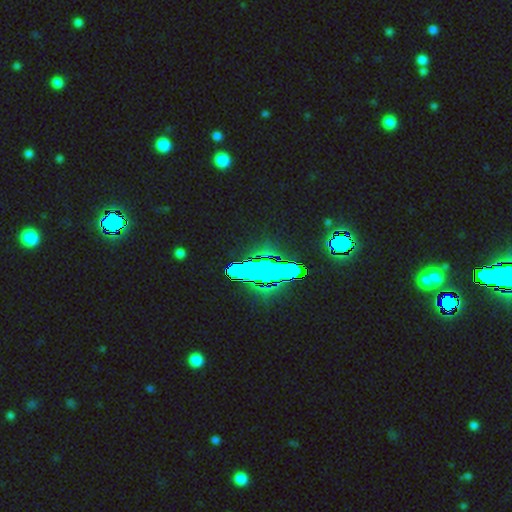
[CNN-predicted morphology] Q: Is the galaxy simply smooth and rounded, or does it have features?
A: star or artifact — 63%.